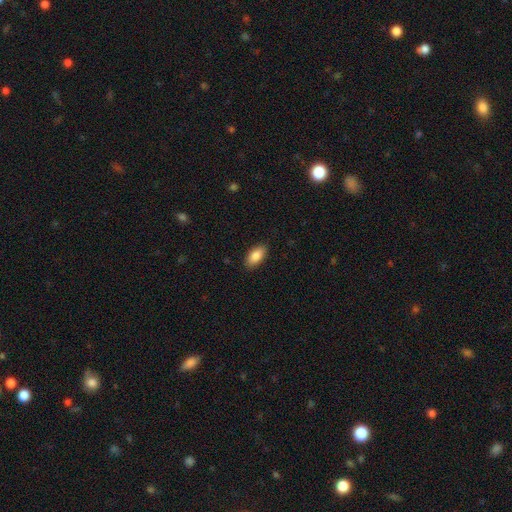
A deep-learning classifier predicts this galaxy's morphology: Smooth or featured? Predicted: smooth (p=0.87). How rounded? Predicted: in between (p=0.93). Merging? Predicted: none (p=0.88).